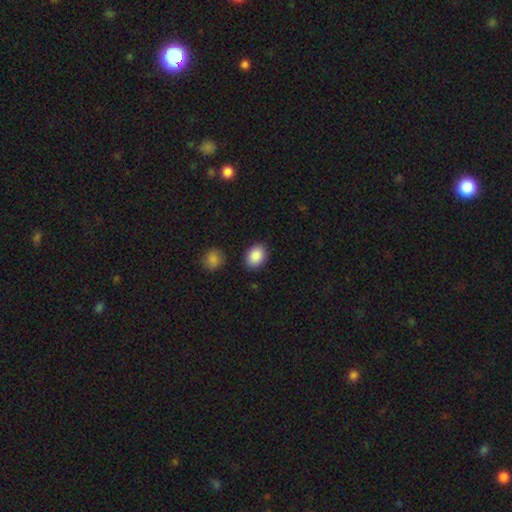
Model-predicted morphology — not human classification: smooth_or_featured: smooth (p=0.89) [alt: star or artifact p=0.07]
how_rounded: in between (p=0.72) [alt: round p=0.27]
merging: none (p=0.85) [alt: minor disturbance p=0.10]